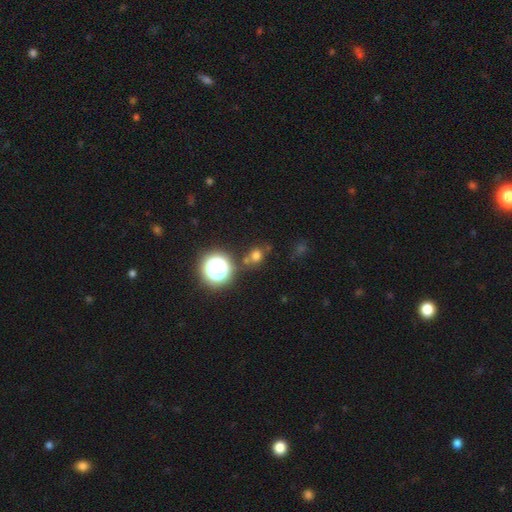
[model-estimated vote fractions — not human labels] Overall: smooth (66%; star or artifact 26%). How rounded: round (72%). Merging: none (68%).